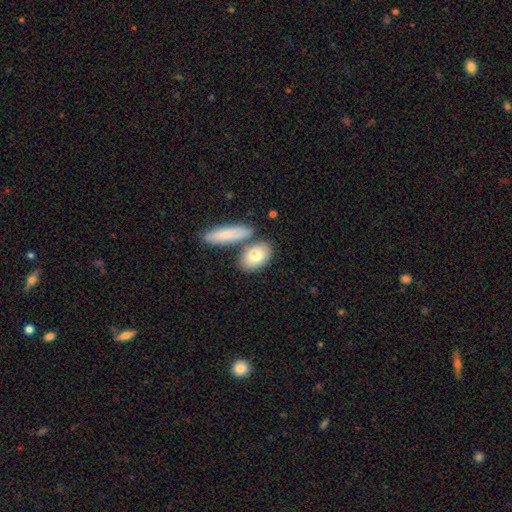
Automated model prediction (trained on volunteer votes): Overall: smooth (77%). How rounded: in between (85%). Merging: none (62%).